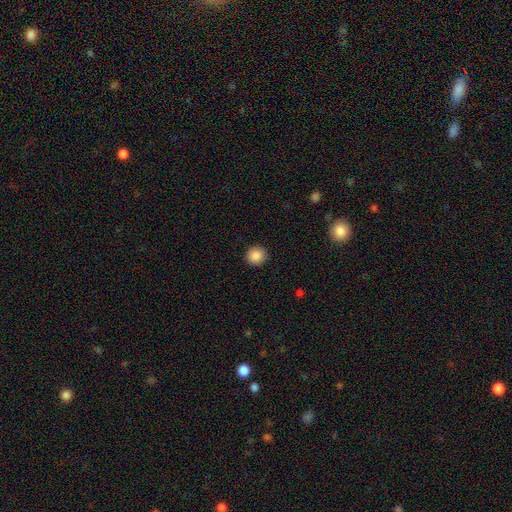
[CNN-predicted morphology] This is clearly a smooth galaxy (88%). How rounded: clearly round (88%). Merging: clearly none (91%).